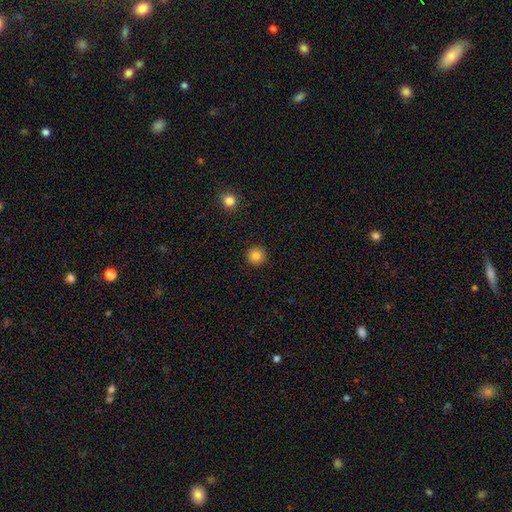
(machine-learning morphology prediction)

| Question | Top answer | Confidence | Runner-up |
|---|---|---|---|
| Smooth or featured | smooth | 84% | star or artifact (11%) |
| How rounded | round | 95% | in between (4%) |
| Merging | none | 92% | minor disturbance (5%) |